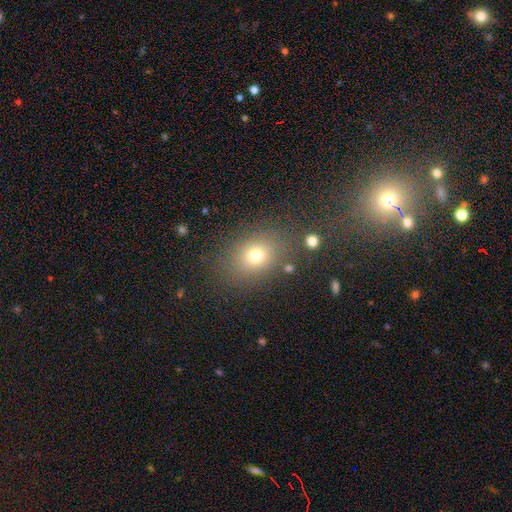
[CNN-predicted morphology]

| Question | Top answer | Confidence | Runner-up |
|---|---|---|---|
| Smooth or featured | smooth | 72% | star or artifact (17%) |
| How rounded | in between | 55% | round (44%) |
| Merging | none | 80% | minor disturbance (11%) |